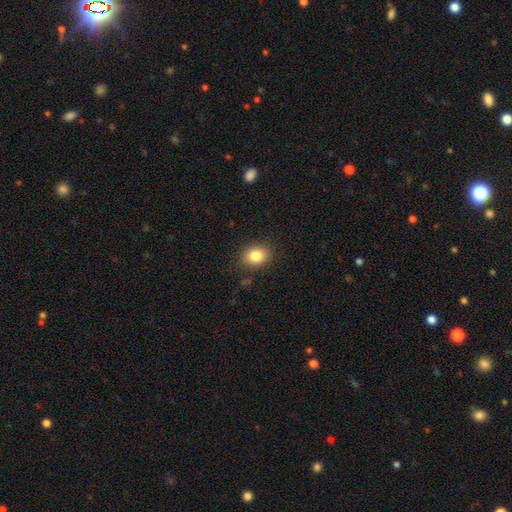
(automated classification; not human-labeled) smooth 83%, star or artifact 10%, featured or disk 7%. Down the decision tree: how rounded — in between (52%); merging — none (85%).